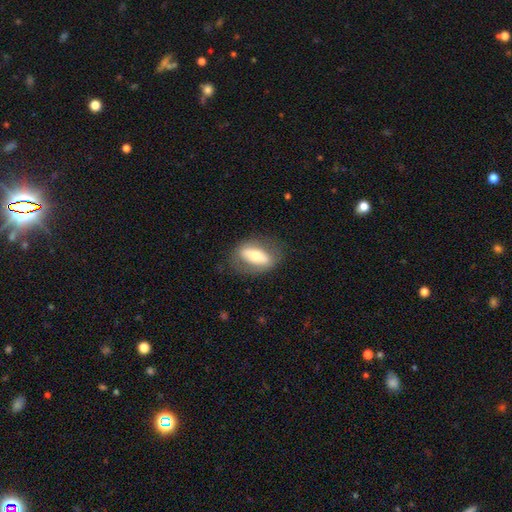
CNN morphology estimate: A smooth galaxy with no disk features (49%).

Vote fractions:
- Smooth or featured? smooth: 49% / featured or disk: 45% / star or artifact: 6%
- Merging? none: 74% / minor disturbance: 16% / major disturbance: 8% / merger: 1%